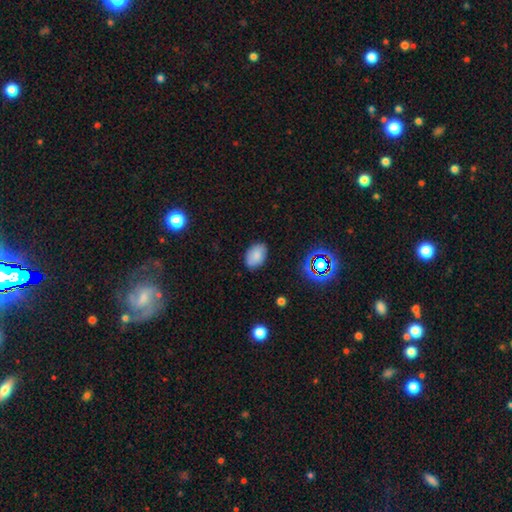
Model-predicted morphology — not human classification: The model was most divided on "merging": none: 84%, minor disturbance: 12%, major disturbance: 3%, merger: 1%. More confident: how rounded — in between (86%); smooth or featured — smooth (82%).